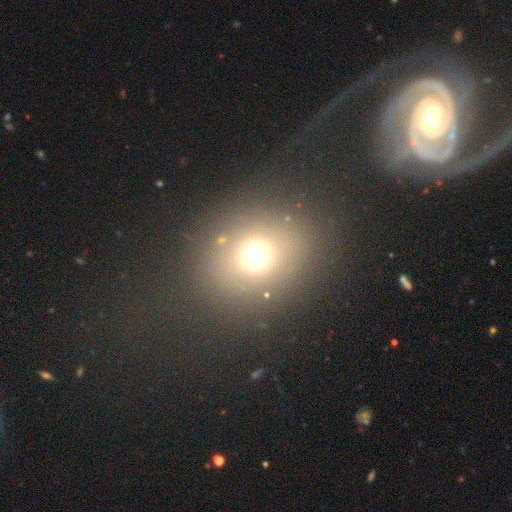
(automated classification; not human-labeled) Smooth or featured: smooth — 65% (star or artifact — 23%)
How rounded: round — 65% (in between — 34%)
Merging: none — 79% (minor disturbance — 10%)